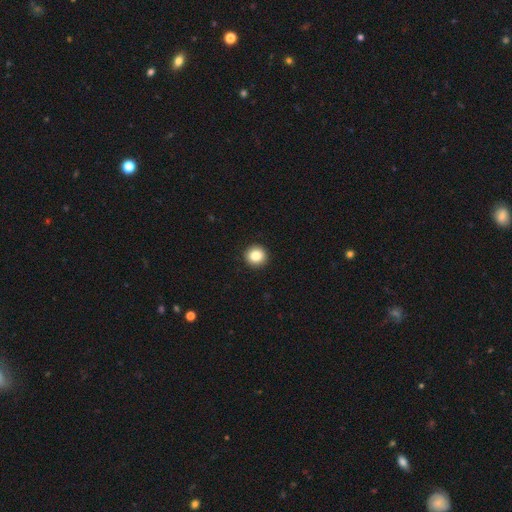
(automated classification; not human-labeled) The model was most divided on "smooth or featured": smooth: 86%, star or artifact: 9%, featured or disk: 5%. More confident: how rounded — round (94%); merging — none (94%).